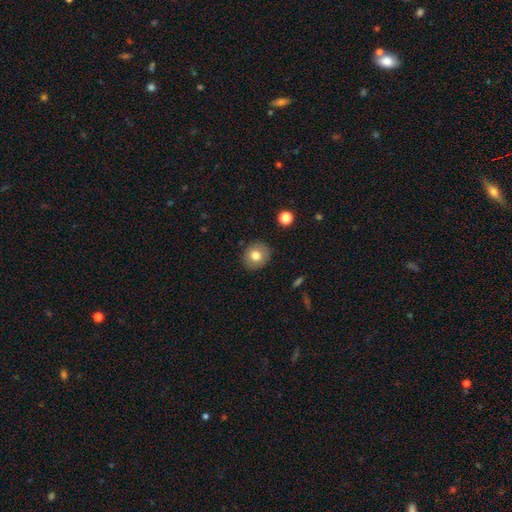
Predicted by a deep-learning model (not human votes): Smooth or featured? Predicted: smooth (p=0.77). How rounded? Predicted: round (p=0.77). Merging? Predicted: none (p=0.88).